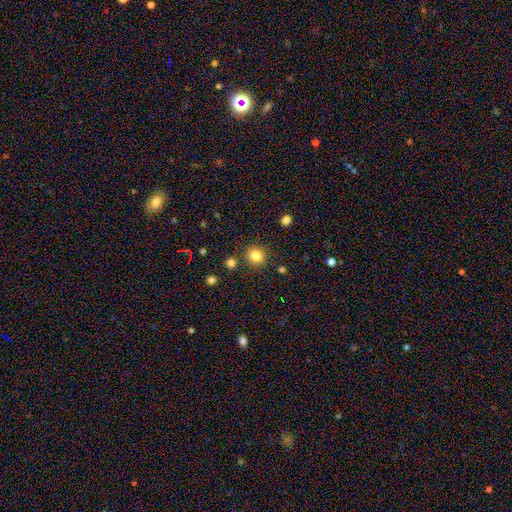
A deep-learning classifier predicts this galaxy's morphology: smooth_or_featured: smooth (p=0.83) [alt: star or artifact p=0.12]
how_rounded: round (p=0.93) [alt: in between p=0.06]
merging: none (p=0.88) [alt: minor disturbance p=0.06]